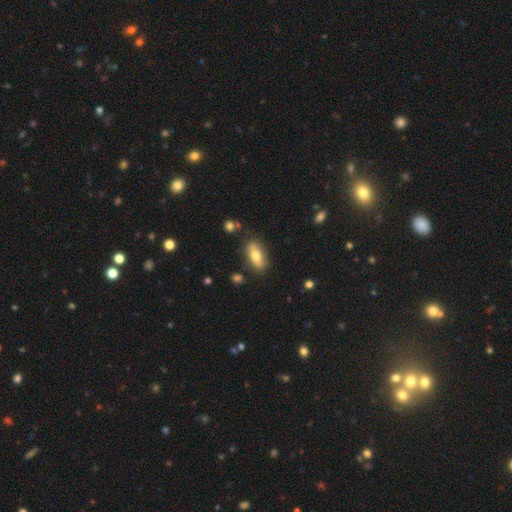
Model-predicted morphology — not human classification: smooth 64%, featured or disk 29%, star or artifact 7%. Down the decision tree: how rounded — in between (78%); merging — none (81%).